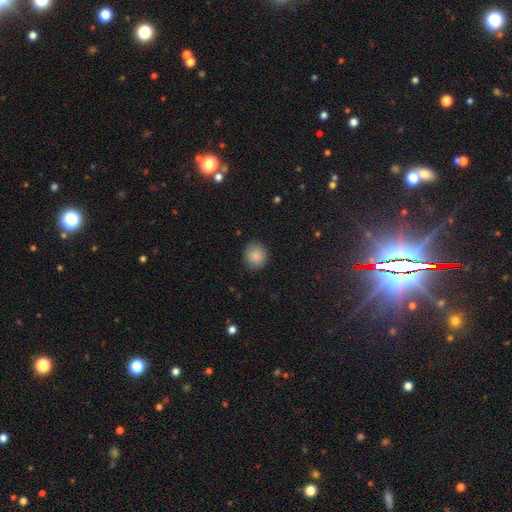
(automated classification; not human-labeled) Smooth or featured? Predicted: smooth (p=0.86). How rounded? Predicted: round (p=0.86). Merging? Predicted: none (p=0.89).